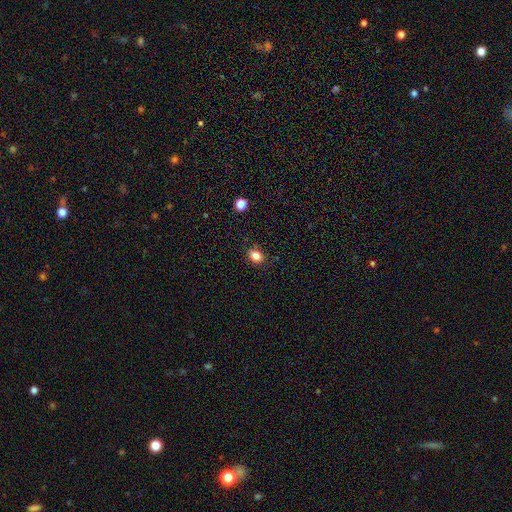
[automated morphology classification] Q: Smooth or featured?
A: smooth (82%); runner-up: star or artifact (12%)
Q: How rounded?
A: in between (55%); runner-up: round (44%)
Q: Merging?
A: none (84%); runner-up: minor disturbance (12%)